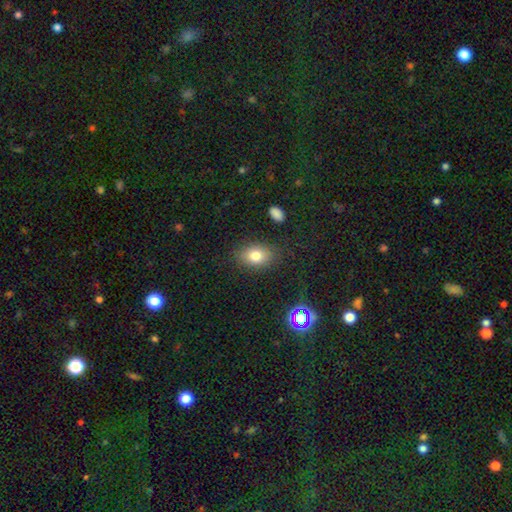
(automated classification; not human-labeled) Smooth or featured? smooth (77%)
How rounded? in between (77%)
Merging? none (83%)